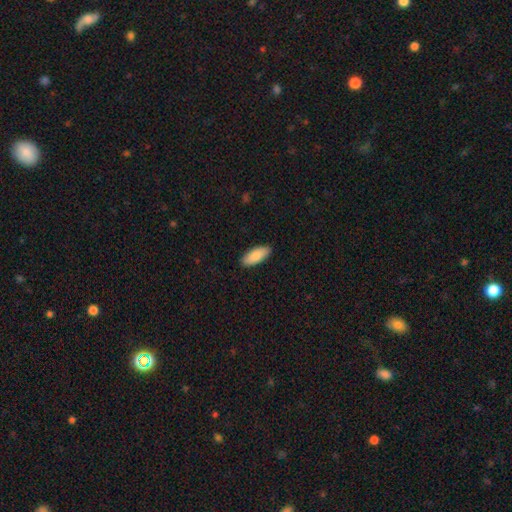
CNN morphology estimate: Smooth or featured? smooth (88%)
How rounded? in between (80%)
Merging? none (90%)